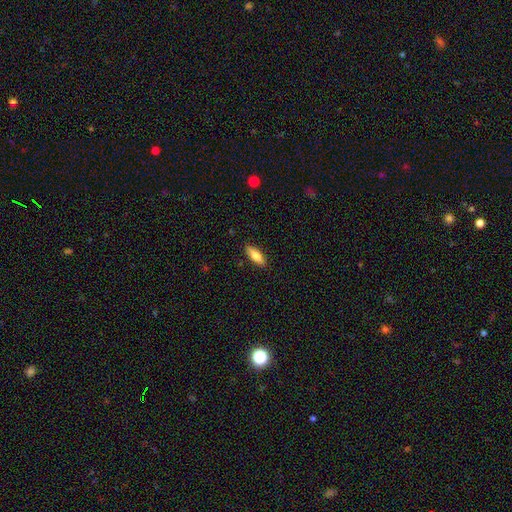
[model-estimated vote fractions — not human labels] Smooth or featured?
  - smooth: 76% *
  - featured or disk: 17%
  - star or artifact: 6%
How rounded?
  - in between: 60% *
  - cigar-shaped: 38%
  - round: 2%
Merging?
  - none: 87% *
  - minor disturbance: 9%
  - major disturbance: 2%
  - merger: 1%